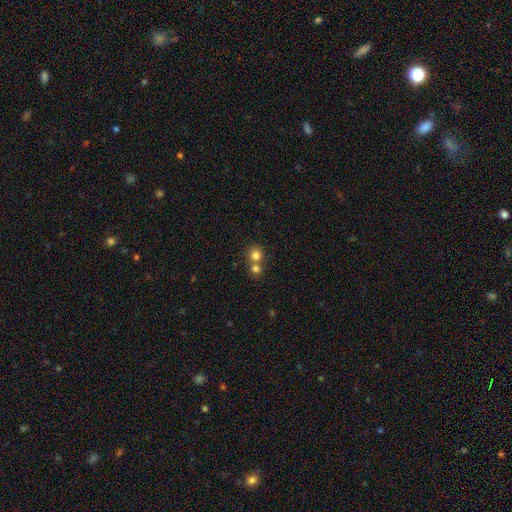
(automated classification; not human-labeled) The model was most divided on "merging": none: 47%, merger: 46%, minor disturbance: 5%, major disturbance: 2%. More confident: how rounded — round (87%); smooth or featured — smooth (79%).